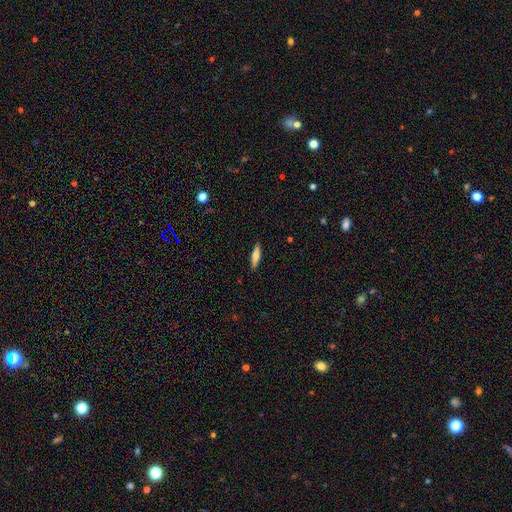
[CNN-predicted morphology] A smooth galaxy with no disk features (60%) that is cigar-shaped (75%). Merging: none (90%).